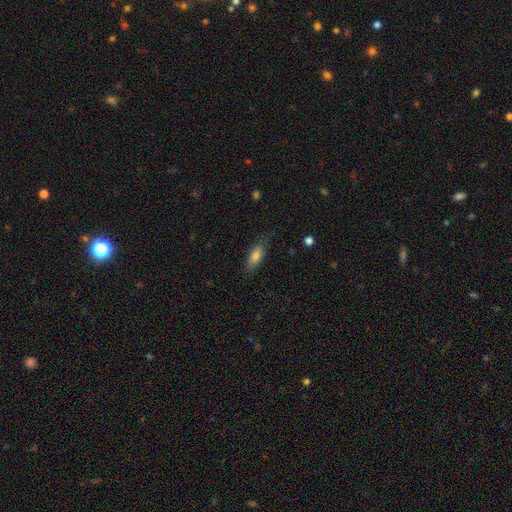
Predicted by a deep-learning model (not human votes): This appears to be a smooth galaxy with no disk features (76%) that is in between round and cigar-shaped (60%). Merging: none (78%).